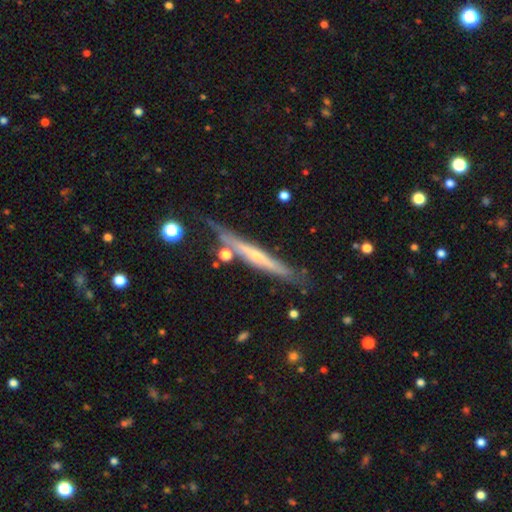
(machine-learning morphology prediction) Q: Smooth or featured?
A: featured or disk (69%); runner-up: smooth (25%)
Q: Edge-on disk?
A: yes (94%); runner-up: no (6%)
Q: Edge-on bulge?
A: rounded (59%); runner-up: none (37%)
Q: Merging?
A: none (75%); runner-up: minor disturbance (16%)